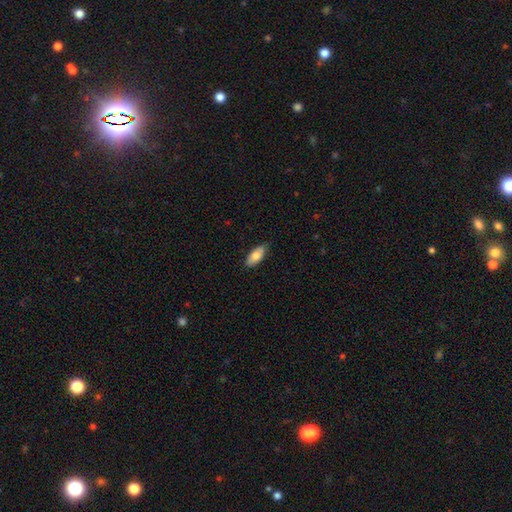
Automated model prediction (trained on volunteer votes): smooth 72%, featured or disk 22%, star or artifact 6%. Down the decision tree: how rounded — in between (85%); merging — none (83%).